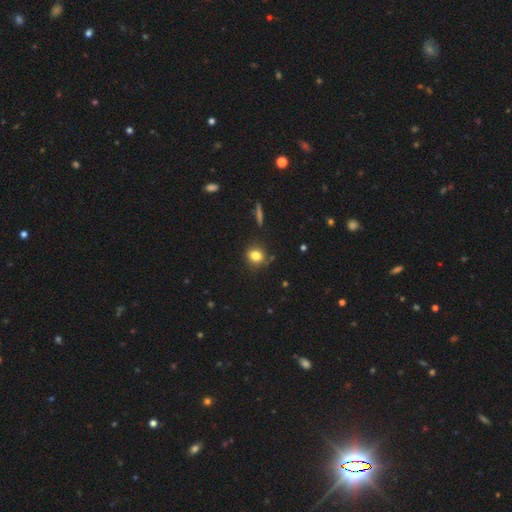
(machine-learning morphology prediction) Q: Smooth or featured?
A: smooth (81%); runner-up: star or artifact (12%)
Q: How rounded?
A: round (71%); runner-up: in between (28%)
Q: Merging?
A: none (81%); runner-up: minor disturbance (13%)